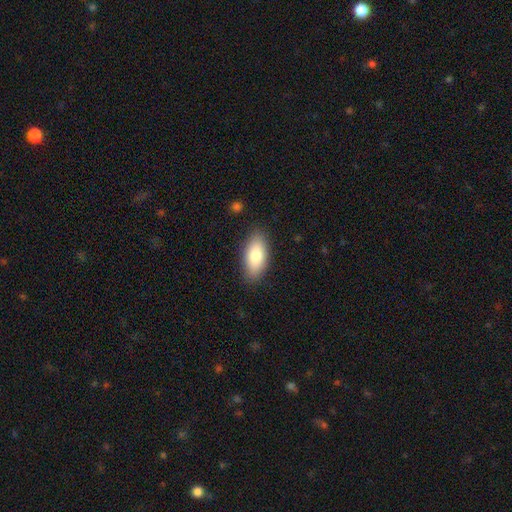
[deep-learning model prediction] smooth 81%, featured or disk 13%, star or artifact 6%. Down the decision tree: how rounded — in between (88%); merging — none (86%).